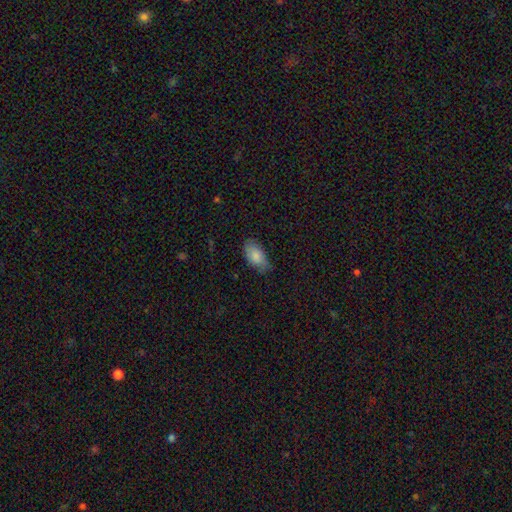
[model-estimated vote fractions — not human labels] This appears to be a smooth galaxy with no disk features (82%) that is in between round and cigar-shaped (93%). Merging: none (67%).